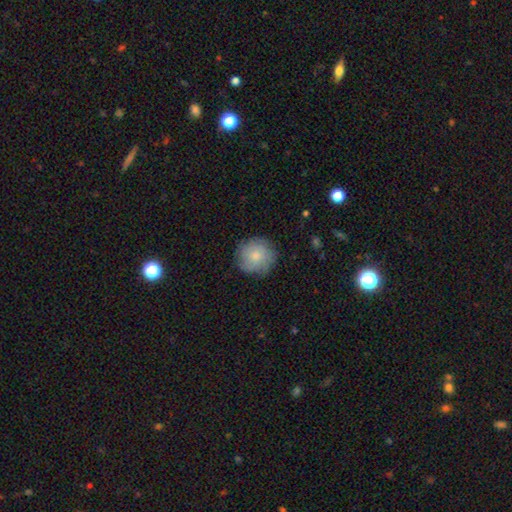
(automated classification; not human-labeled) smooth 69%, featured or disk 23%, star or artifact 7%. Down the decision tree: how rounded — round (92%); merging — none (81%).